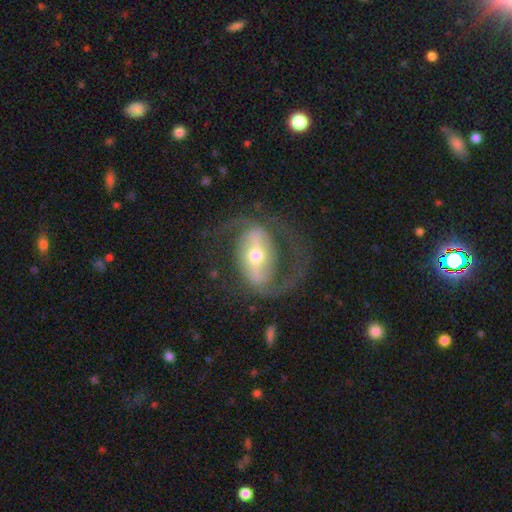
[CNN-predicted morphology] Smooth or featured: featured or disk — 86% (smooth — 9%)
Edge-on disk: no — 95% (yes — 5%)
Bar: strong — 59% (weak — 27%)
Spiral arms: yes — 88% (no — 12%)
Spiral winding: medium — 53% (loose — 29%)
Spiral arm count: 2 — 87% (1 — 6%)
Bulge size: moderate — 64% (small — 28%)
Merging: none — 67% (major disturbance — 18%)